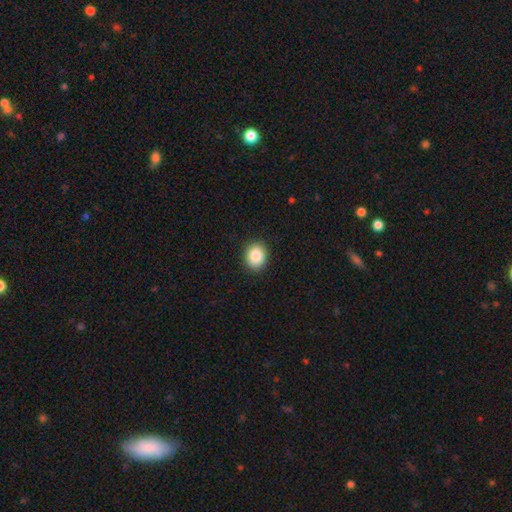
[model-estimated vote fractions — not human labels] Smooth or featured? smooth (86%)
How rounded? round (65%)
Merging? none (90%)